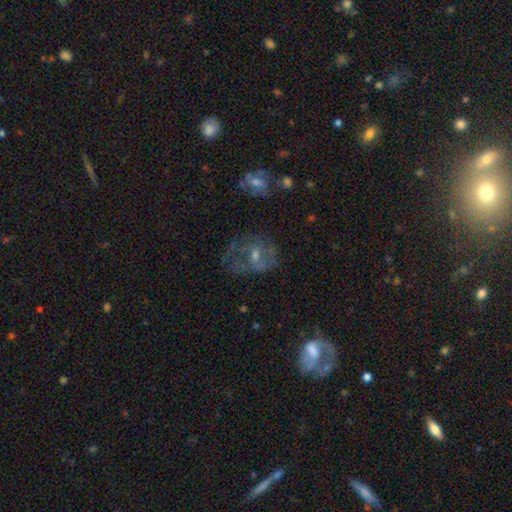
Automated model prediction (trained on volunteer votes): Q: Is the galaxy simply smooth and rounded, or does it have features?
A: featured or disk — 59%.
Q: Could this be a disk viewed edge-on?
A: no — 97%.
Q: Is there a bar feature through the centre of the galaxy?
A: no — 55%.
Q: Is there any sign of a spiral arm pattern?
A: yes — 54%.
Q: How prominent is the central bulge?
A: moderate — 49%.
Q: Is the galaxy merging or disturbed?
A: none — 45%.